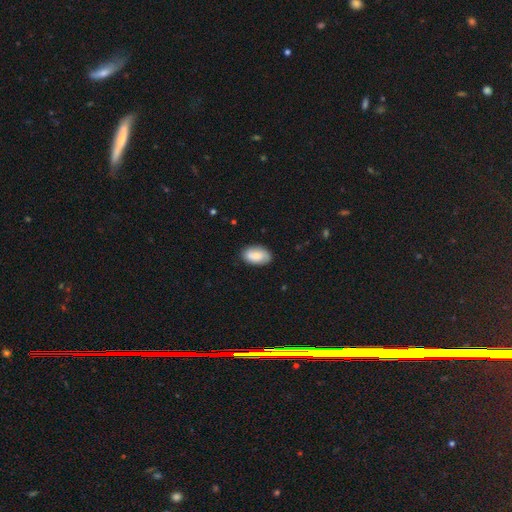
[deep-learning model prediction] Overall: smooth (78%). How rounded: in between (93%). Merging: none (83%).